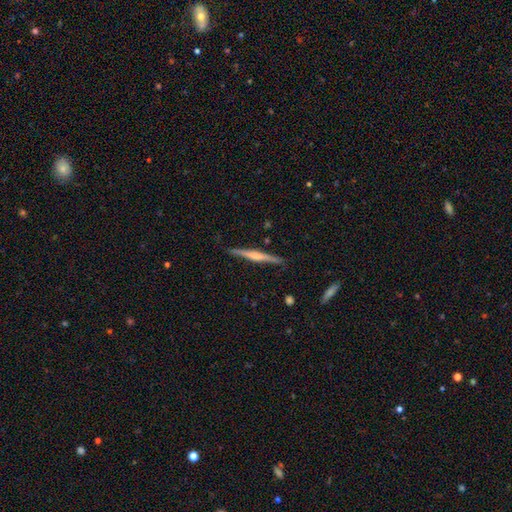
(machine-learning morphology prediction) Smooth or featured: featured or disk — 64% (smooth — 30%)
Edge-on disk: yes — 98% (no — 2%)
Edge-on bulge: rounded — 54% (none — 23%)
Merging: none — 88% (minor disturbance — 9%)